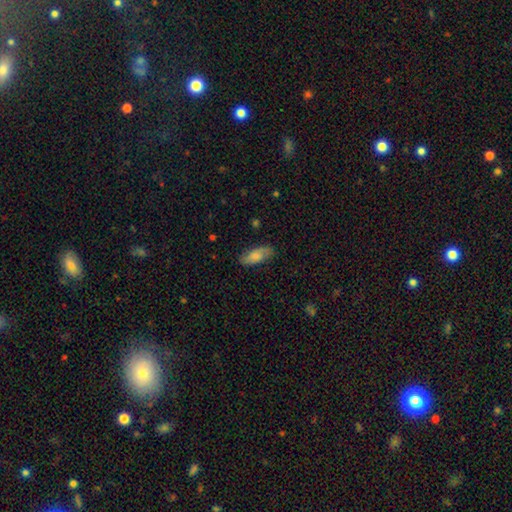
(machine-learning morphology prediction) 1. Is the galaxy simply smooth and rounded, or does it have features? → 70% smooth, 23% featured or disk, 6% star or artifact.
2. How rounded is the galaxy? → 83% in between, 15% cigar-shaped, 2% round.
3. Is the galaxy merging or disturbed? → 81% none, 15% minor disturbance, 3% major disturbance, 1% merger.